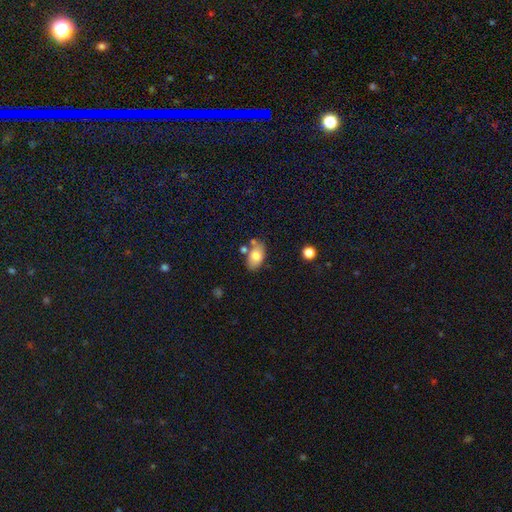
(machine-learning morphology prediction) type=smooth (76%); roundness=in between (91%); merging=none (63%).